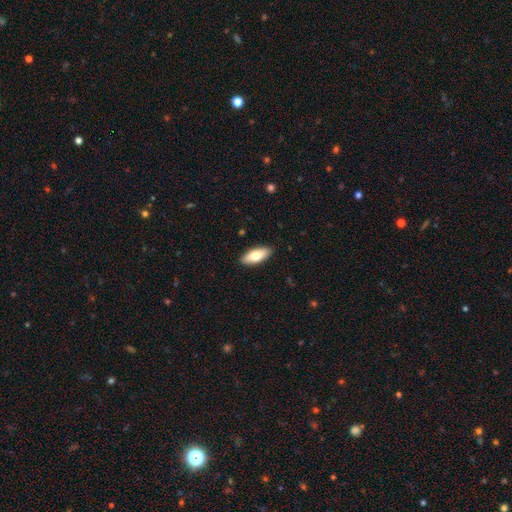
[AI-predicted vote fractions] smooth 76%, featured or disk 18%, star or artifact 6%. Down the decision tree: how rounded — in between (82%); merging — none (90%).